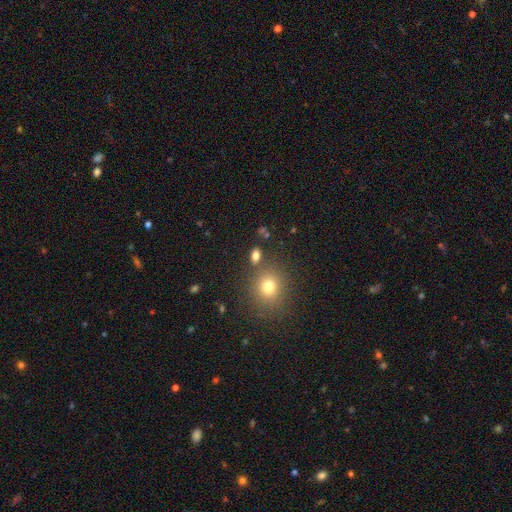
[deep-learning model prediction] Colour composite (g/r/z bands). It shows a smooth galaxy with no disk features (77%) that is in between round and cigar-shaped (68%). Merging: none (76%).